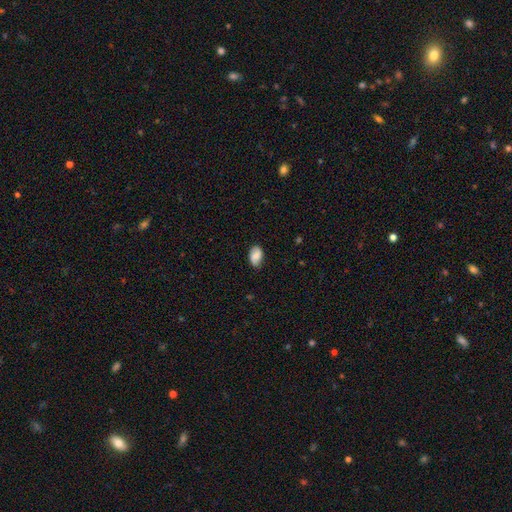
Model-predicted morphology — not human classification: smooth_or_featured: smooth (p=0.81) [alt: featured or disk p=0.11]
how_rounded: in between (p=0.90) [alt: round p=0.08]
merging: none (p=0.77) [alt: minor disturbance p=0.19]